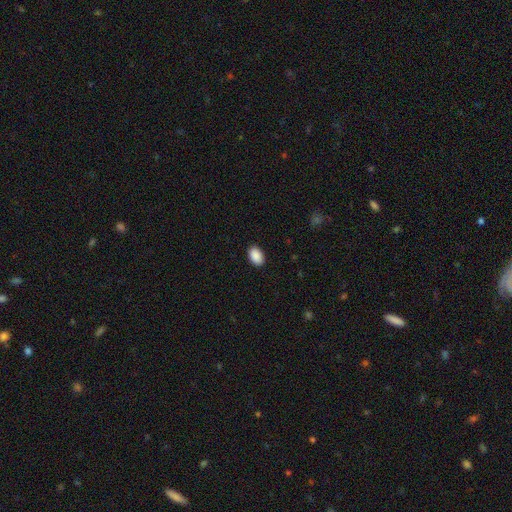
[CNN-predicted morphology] Smooth or featured: smooth — 91% (star or artifact — 7%)
How rounded: in between — 90% (round — 9%)
Merging: none — 90% (minor disturbance — 8%)